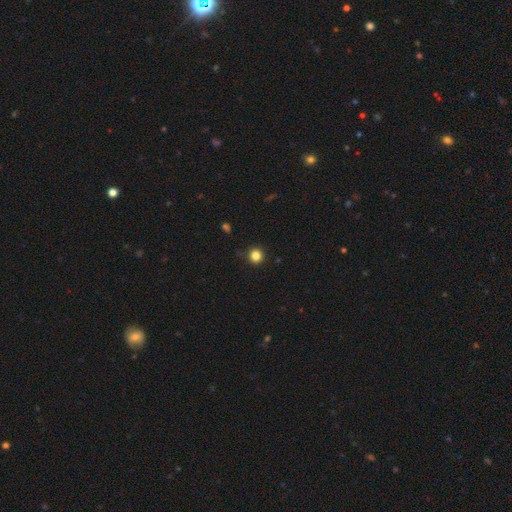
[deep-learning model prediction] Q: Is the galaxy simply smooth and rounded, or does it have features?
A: smooth — 83%.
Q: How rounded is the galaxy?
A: round — 94%.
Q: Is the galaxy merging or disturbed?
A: none — 89%.